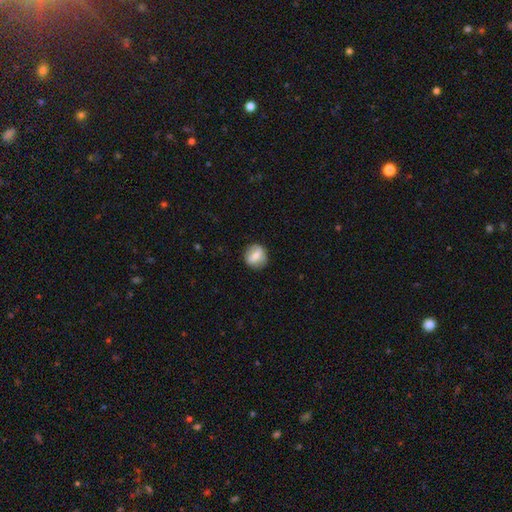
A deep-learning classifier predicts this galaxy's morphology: smooth 57%, featured or disk 35%, star or artifact 8%. Down the decision tree: how rounded — round (78%); merging — none (84%).